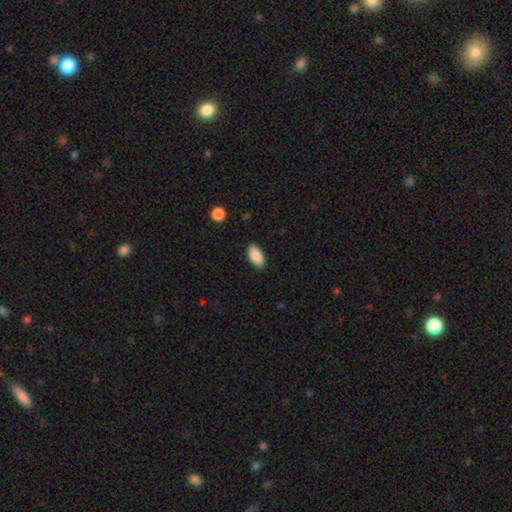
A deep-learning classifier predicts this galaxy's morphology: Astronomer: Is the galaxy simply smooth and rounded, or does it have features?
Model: smooth — 90%.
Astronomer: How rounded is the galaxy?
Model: in between — 94%.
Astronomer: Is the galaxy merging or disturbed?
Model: none — 88%.